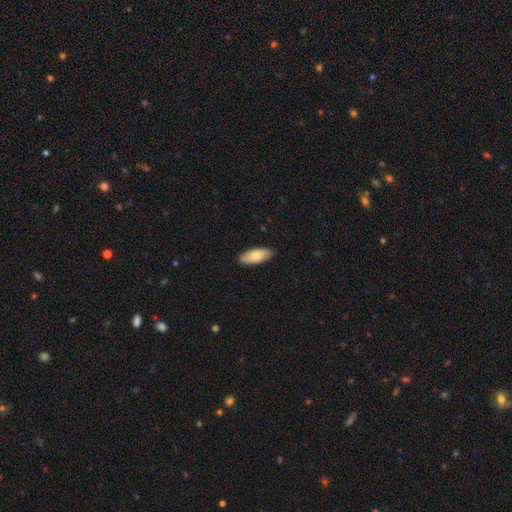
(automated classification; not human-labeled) Morphology: type=smooth (79%); roundness=in between (83%); merging=none (89%).